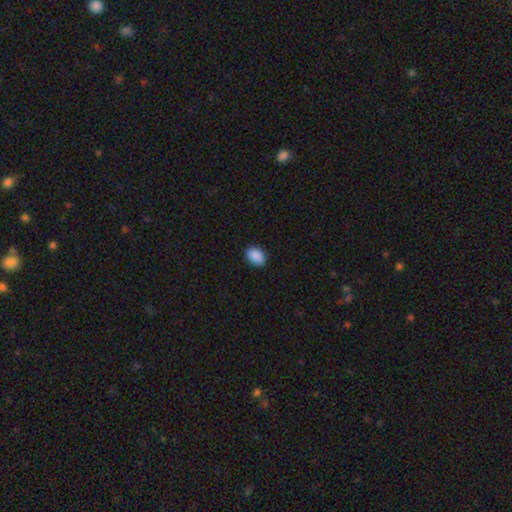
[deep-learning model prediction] Smooth or featured: smooth — 90% (star or artifact — 8%)
How rounded: in between — 81% (round — 18%)
Merging: none — 85% (minor disturbance — 11%)